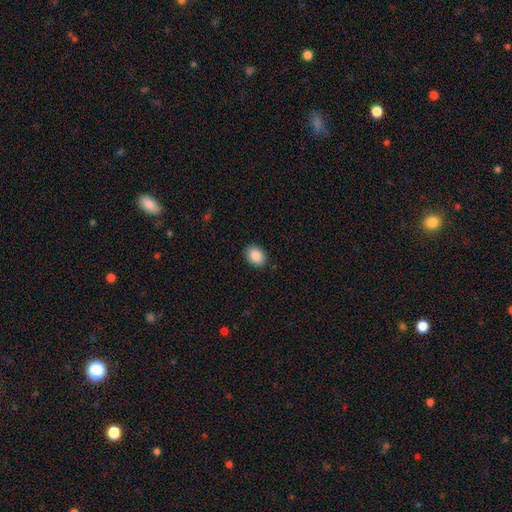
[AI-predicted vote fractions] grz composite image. It shows a smooth galaxy with no disk features (89%) that is in between round and cigar-shaped (66%). Merging: none (89%).